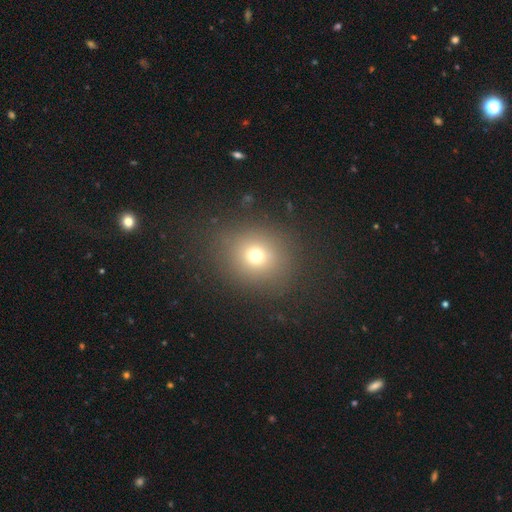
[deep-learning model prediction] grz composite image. It shows a smooth galaxy with no disk features (70%) that is round (75%). Merging: none (84%).